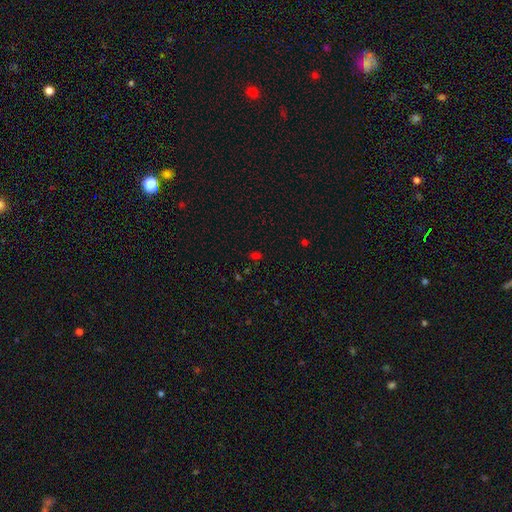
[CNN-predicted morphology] Smooth or featured: smooth — 52% (star or artifact — 42%)
How rounded: in between — 64% (round — 34%)
Merging: none — 76% (minor disturbance — 14%)